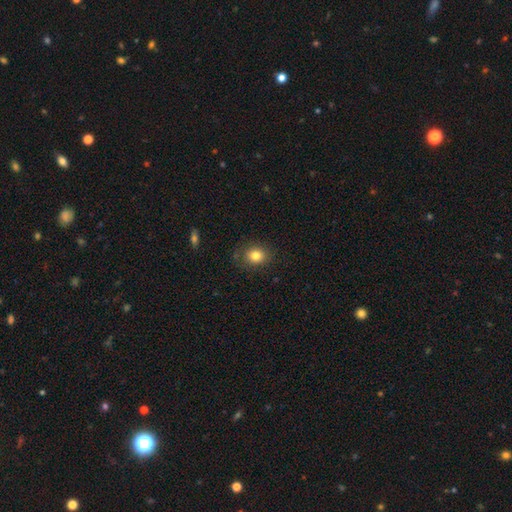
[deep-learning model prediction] Morphology: type=smooth (81%); roundness=round (64%); merging=none (83%).